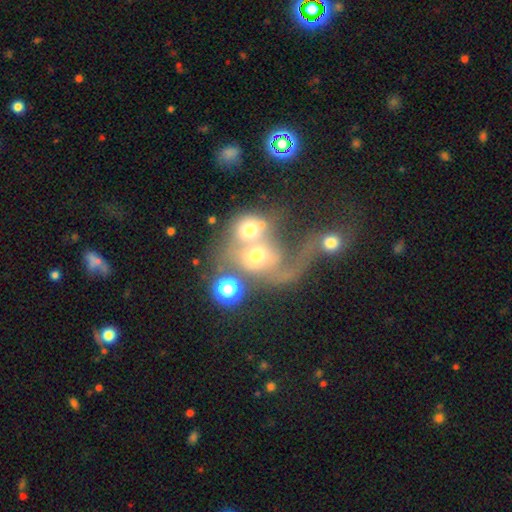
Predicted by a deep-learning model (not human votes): Smooth or featured?
  - smooth: 48% *
  - featured or disk: 36%
  - star or artifact: 16%
Merging?
  - merger: 69% *
  - major disturbance: 16%
  - none: 10%
  - minor disturbance: 5%